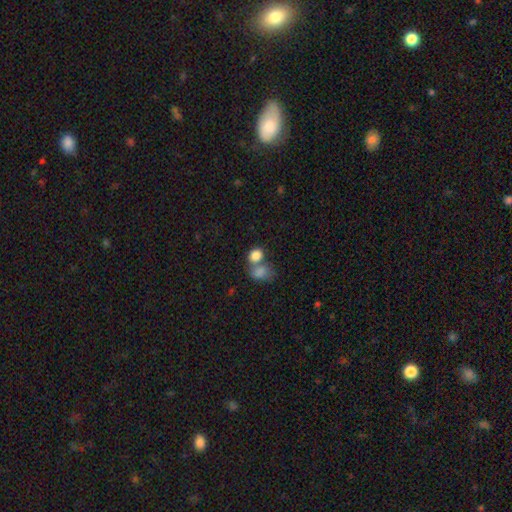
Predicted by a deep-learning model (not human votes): Morphology: type=smooth (82%); roundness=in between (52%); merging=merger (49%).